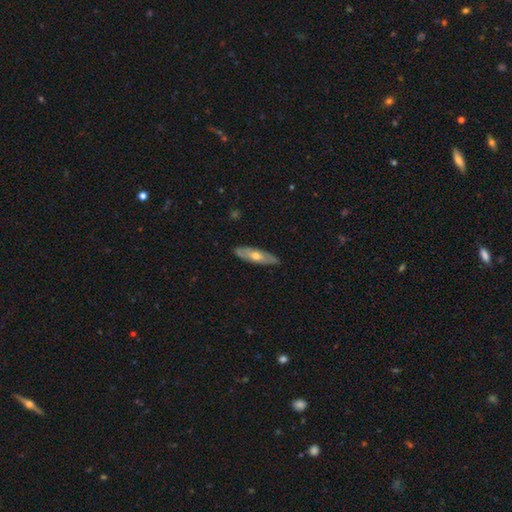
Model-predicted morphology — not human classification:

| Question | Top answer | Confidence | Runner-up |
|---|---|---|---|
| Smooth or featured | featured or disk | 56% | smooth (39%) |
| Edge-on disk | no | 54% | yes (46%) |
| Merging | none | 85% | minor disturbance (11%) |